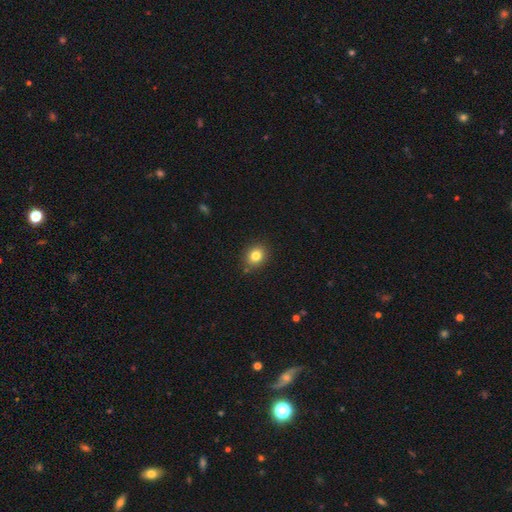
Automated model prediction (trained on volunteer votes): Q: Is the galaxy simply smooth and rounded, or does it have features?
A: smooth — 82%.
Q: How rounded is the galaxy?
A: round — 64%.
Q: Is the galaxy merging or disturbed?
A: none — 87%.